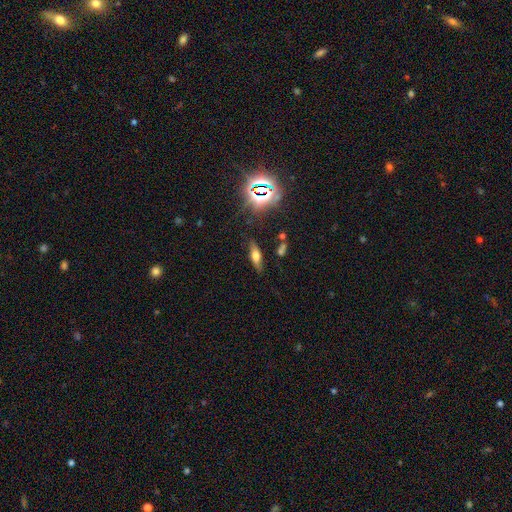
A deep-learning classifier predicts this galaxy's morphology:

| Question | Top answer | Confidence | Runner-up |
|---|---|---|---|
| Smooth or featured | smooth | 42% | featured or disk (40%) |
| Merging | none | 78% | minor disturbance (15%) |